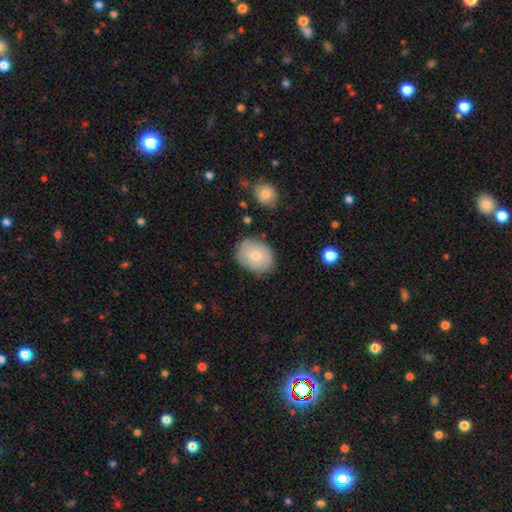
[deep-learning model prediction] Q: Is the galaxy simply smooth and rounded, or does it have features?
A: smooth — 69%.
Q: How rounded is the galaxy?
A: in between — 58%.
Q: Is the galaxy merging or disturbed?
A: none — 78%.